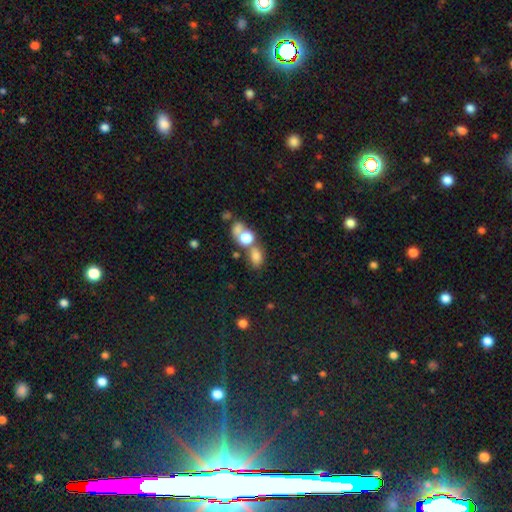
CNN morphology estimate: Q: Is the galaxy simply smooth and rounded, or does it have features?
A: smooth — 73%.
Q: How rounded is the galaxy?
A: in between — 66%.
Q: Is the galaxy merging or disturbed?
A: merger — 40%, tied with none.